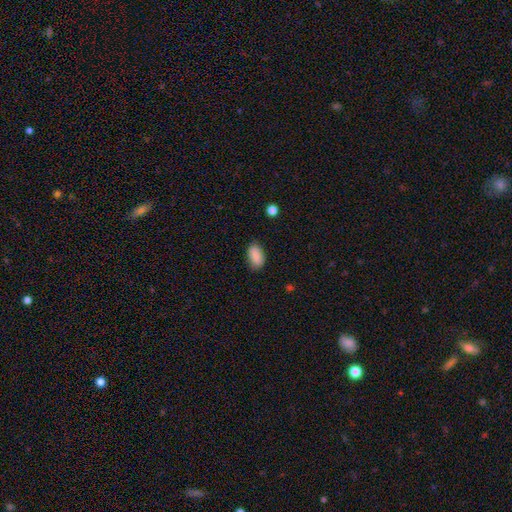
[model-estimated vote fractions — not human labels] Smooth or featured: smooth — 86% (star or artifact — 7%)
How rounded: in between — 92% (round — 6%)
Merging: none — 81% (minor disturbance — 15%)